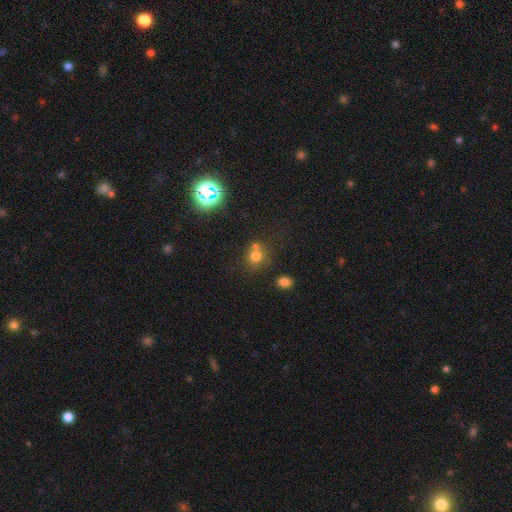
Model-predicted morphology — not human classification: Q: Smooth or featured?
A: smooth (69%); runner-up: star or artifact (19%)
Q: How rounded?
A: round (79%); runner-up: in between (20%)
Q: Merging?
A: none (50%); runner-up: merger (35%)